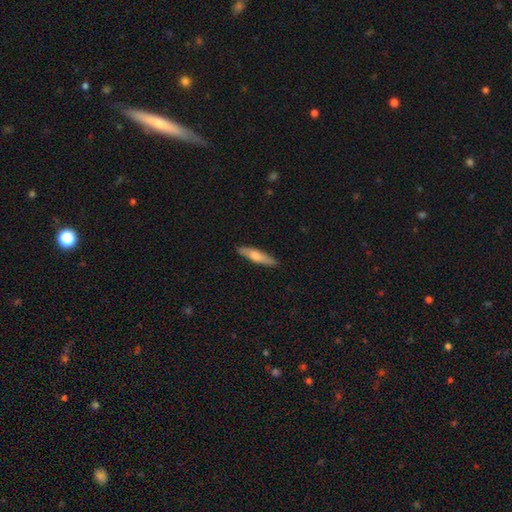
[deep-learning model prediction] smooth_or_featured: smooth (p=0.66) [alt: featured or disk p=0.29]
how_rounded: cigar-shaped (p=0.78) [alt: in between p=0.20]
merging: none (p=0.88) [alt: minor disturbance p=0.09]